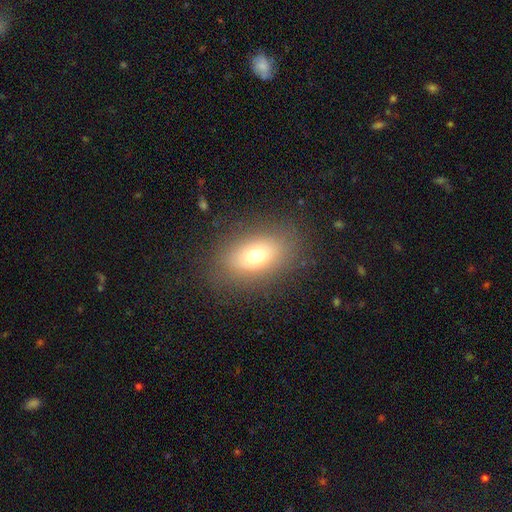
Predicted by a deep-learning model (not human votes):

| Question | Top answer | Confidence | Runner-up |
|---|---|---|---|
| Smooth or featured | smooth | 71% | featured or disk (16%) |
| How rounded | in between | 80% | round (17%) |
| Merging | none | 83% | minor disturbance (10%) |